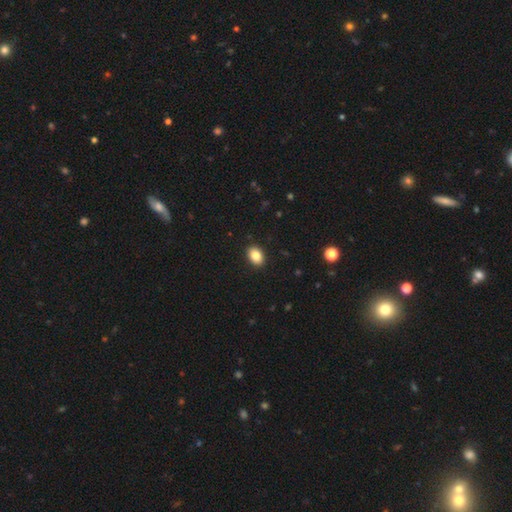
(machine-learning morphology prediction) Smooth or featured? Predicted: smooth (p=0.85). How rounded? Predicted: in between (p=0.79). Merging? Predicted: none (p=0.91).